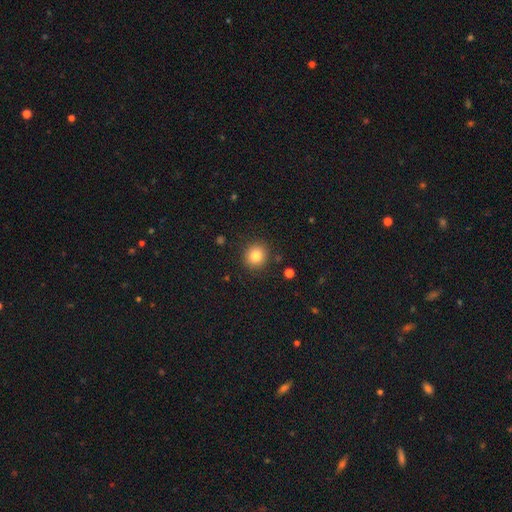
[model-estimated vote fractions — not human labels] Smooth or featured: smooth — 81% (star or artifact — 11%)
How rounded: round — 88% (in between — 11%)
Merging: none — 89% (minor disturbance — 7%)